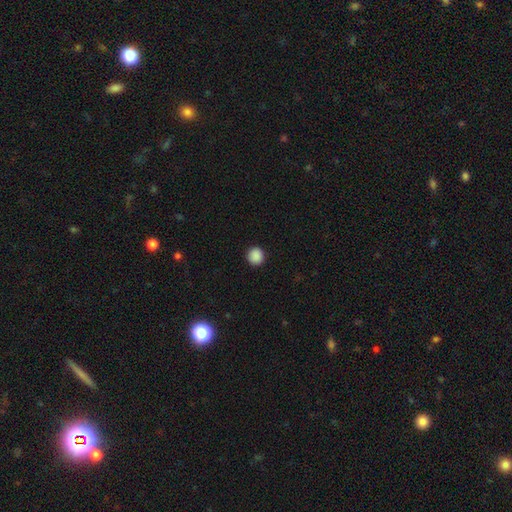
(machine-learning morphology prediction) A smooth galaxy with no disk features (89%) that is round (93%). Merging: none (92%).